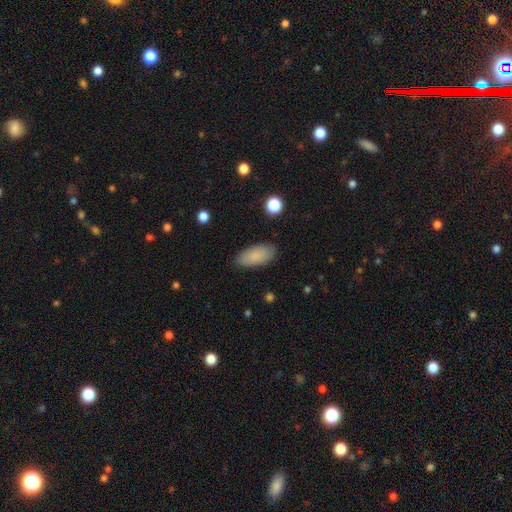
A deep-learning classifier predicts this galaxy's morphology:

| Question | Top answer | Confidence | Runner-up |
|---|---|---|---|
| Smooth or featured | smooth | 86% | featured or disk (8%) |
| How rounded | in between | 88% | cigar-shaped (10%) |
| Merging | none | 86% | minor disturbance (11%) |